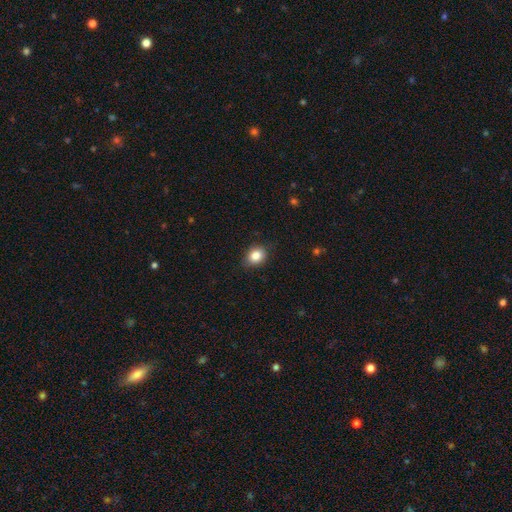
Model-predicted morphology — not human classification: The model was most divided on "how rounded": in between: 53%, round: 46%, cigar-shaped: 1%. More confident: smooth or featured — smooth (85%); merging — none (82%).